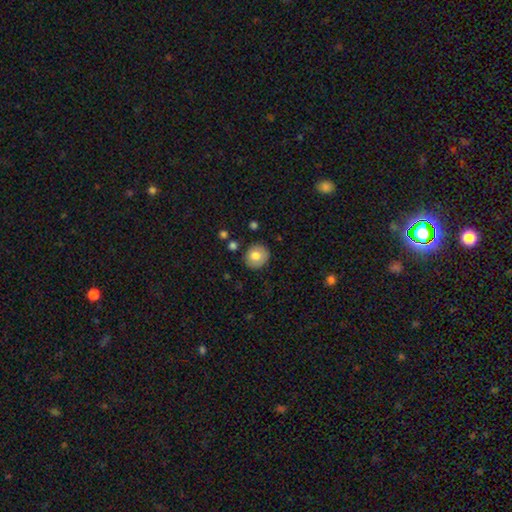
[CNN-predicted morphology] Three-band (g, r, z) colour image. It shows a smooth galaxy with no disk features (79%) that is round (88%). Merging: none (87%).